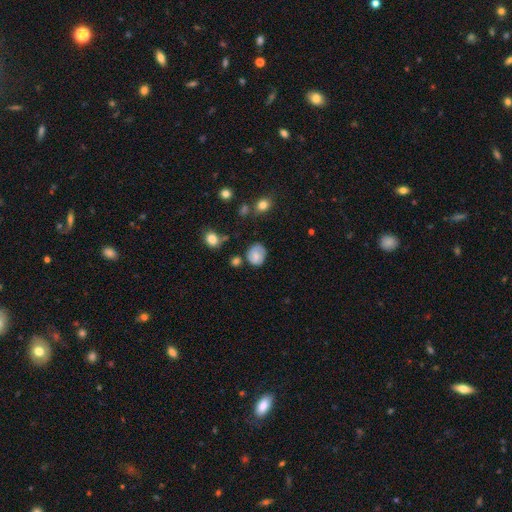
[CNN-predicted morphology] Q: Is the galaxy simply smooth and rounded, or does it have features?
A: smooth — 63%.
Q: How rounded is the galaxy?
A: round — 64%.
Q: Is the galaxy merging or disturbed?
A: none — 63%.